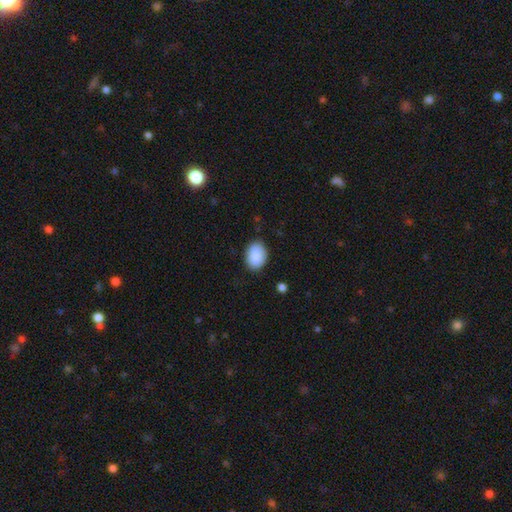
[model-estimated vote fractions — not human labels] Morphology: type=smooth (90%); roundness=in between (80%); merging=none (81%).